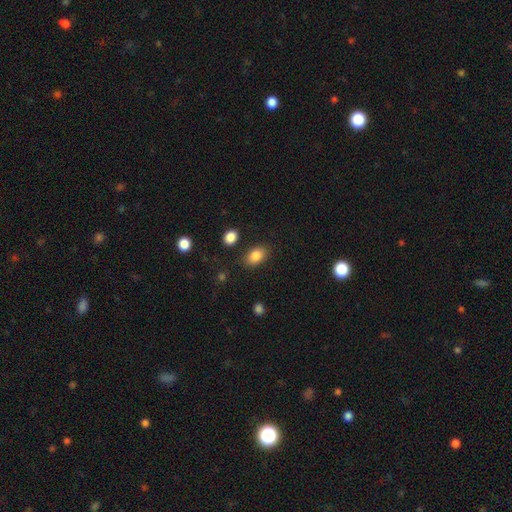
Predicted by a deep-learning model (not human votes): The model was most divided on "merging": none: 82%, minor disturbance: 11%, major disturbance: 3%, merger: 3%. More confident: how rounded — in between (86%); smooth or featured — smooth (85%).